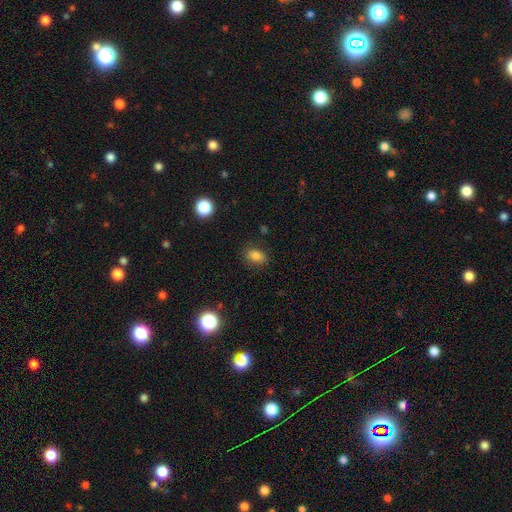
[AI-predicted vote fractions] This appears to be a smooth galaxy with no disk features (84%) that is in between round and cigar-shaped (82%). Merging: none (83%).